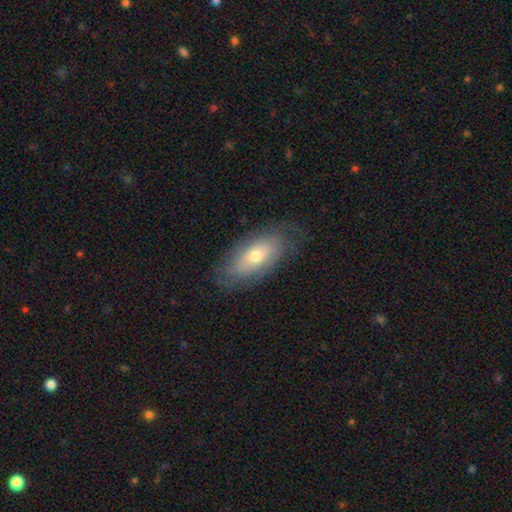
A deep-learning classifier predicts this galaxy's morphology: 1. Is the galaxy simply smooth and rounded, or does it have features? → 47% smooth, 46% featured or disk, 7% star or artifact.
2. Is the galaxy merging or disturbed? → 73% none, 19% minor disturbance, 7% major disturbance, 1% merger.